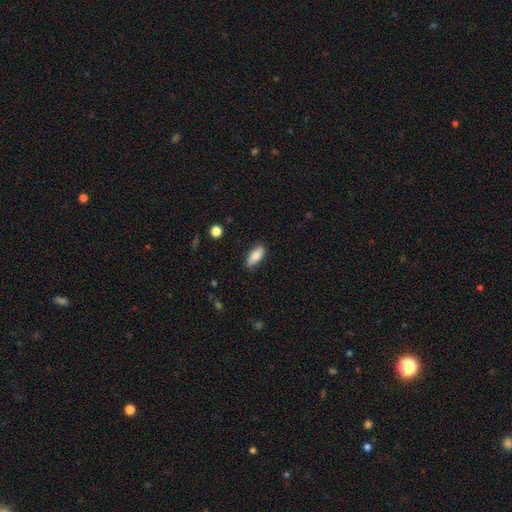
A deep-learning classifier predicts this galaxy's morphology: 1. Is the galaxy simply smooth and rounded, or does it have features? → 79% smooth, 14% featured or disk, 6% star or artifact.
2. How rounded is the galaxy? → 81% in between, 16% cigar-shaped, 3% round.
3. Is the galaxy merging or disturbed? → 86% none, 11% minor disturbance, 2% major disturbance, 1% merger.